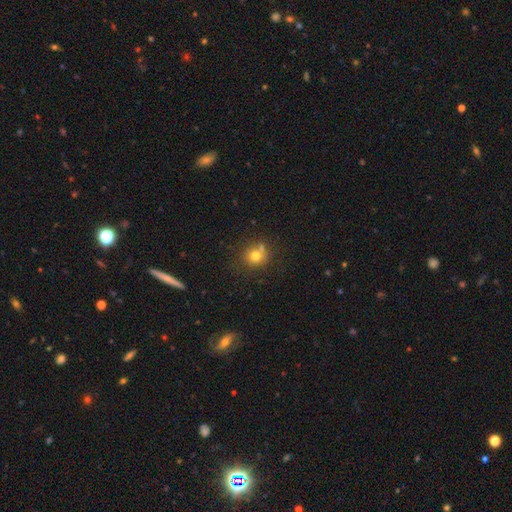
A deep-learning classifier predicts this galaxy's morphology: Smooth or featured?
  - smooth: 75% *
  - star or artifact: 14%
  - featured or disk: 11%
How rounded?
  - round: 86% *
  - in between: 13%
  - cigar-shaped: 1%
Merging?
  - none: 64% *
  - merger: 19%
  - minor disturbance: 12%
  - major disturbance: 4%